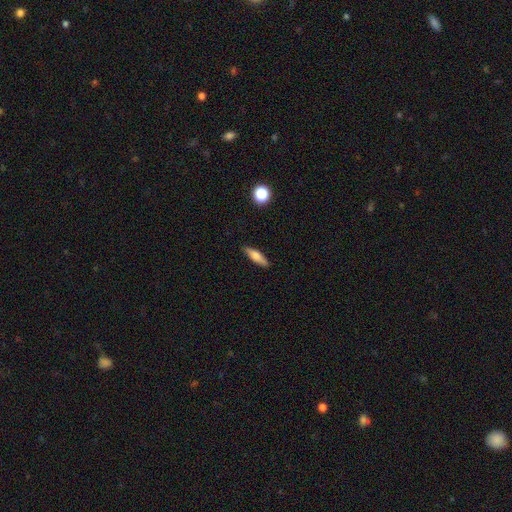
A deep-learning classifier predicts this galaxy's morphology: This appears to be a smooth galaxy with no disk features (66%) that is cigar-shaped (63%). Merging: none (87%).